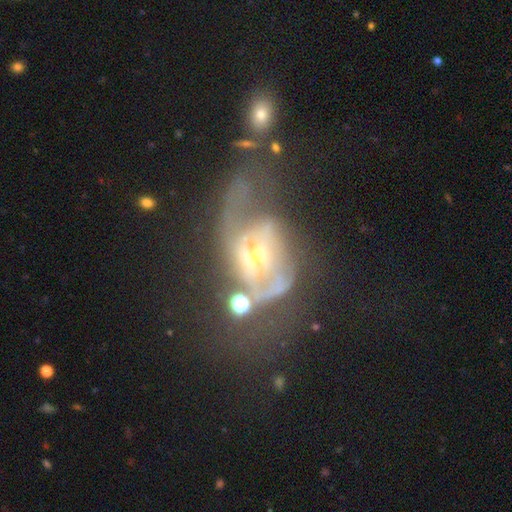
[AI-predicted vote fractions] Q: Smooth or featured?
A: featured or disk (76%); runner-up: smooth (13%)
Q: Edge-on disk?
A: no (94%); runner-up: yes (6%)
Q: Bar?
A: no (54%); runner-up: weak (31%)
Q: Spiral arms?
A: yes (64%); runner-up: no (36%)
Q: Bulge size?
A: small (54%); runner-up: moderate (39%)
Q: Merging?
A: major disturbance (46%); runner-up: none (23%)